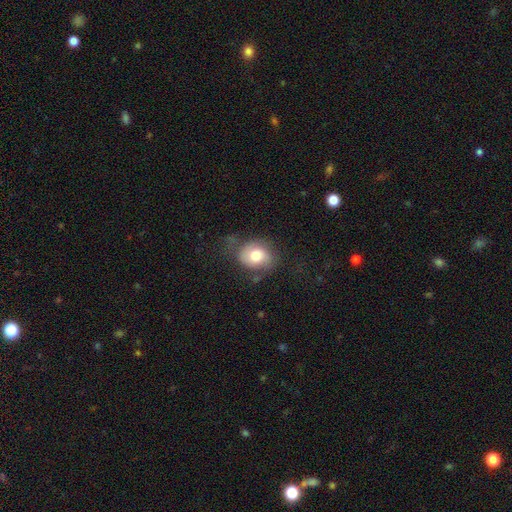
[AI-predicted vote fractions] Smooth or featured: smooth — 68% (featured or disk — 24%)
How rounded: round — 53% (in between — 46%)
Merging: none — 54% (minor disturbance — 27%)